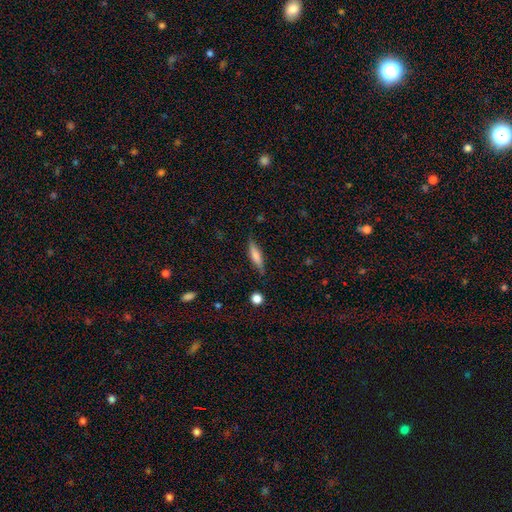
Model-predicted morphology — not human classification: A smooth galaxy with no disk features (64%) that is cigar-shaped (71%).

Vote fractions:
- Smooth or featured? smooth: 64% / featured or disk: 29% / star or artifact: 7%
- How rounded? cigar-shaped: 71% / in between: 27% / round: 2%
- Merging? none: 78% / minor disturbance: 16% / major disturbance: 4% / merger: 2%